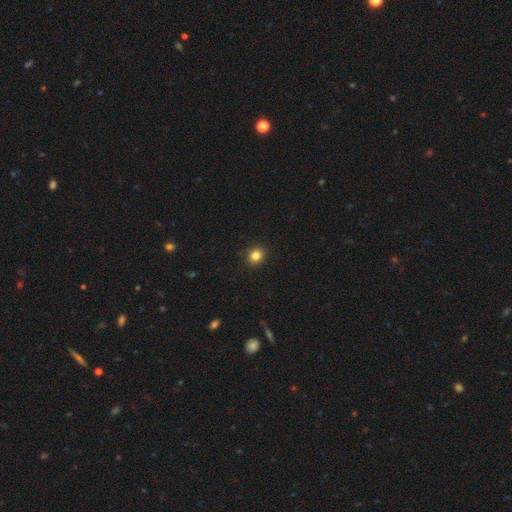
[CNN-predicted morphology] smooth-or-featured: smooth: 83% | star or artifact: 12% | featured or disk: 5%
  how-rounded: round: 82% | in between: 17% | cigar-shaped: 1%
  merging: none: 92% | minor disturbance: 6% | major disturbance: 2% | merger: 1%